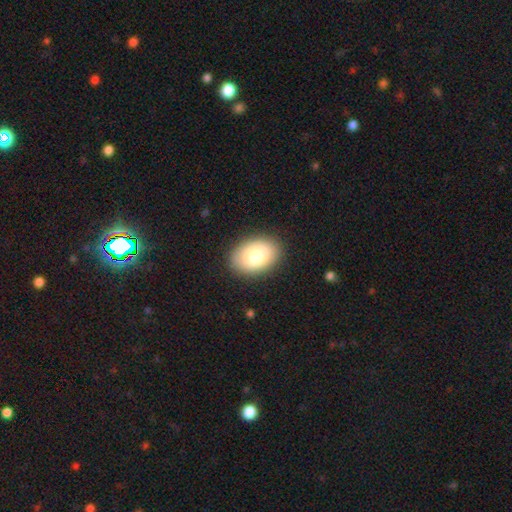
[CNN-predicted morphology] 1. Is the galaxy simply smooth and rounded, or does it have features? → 84% smooth, 9% featured or disk, 7% star or artifact.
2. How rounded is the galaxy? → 88% in between, 11% round, 1% cigar-shaped.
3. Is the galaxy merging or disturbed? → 87% none, 10% minor disturbance, 3% major disturbance, 1% merger.